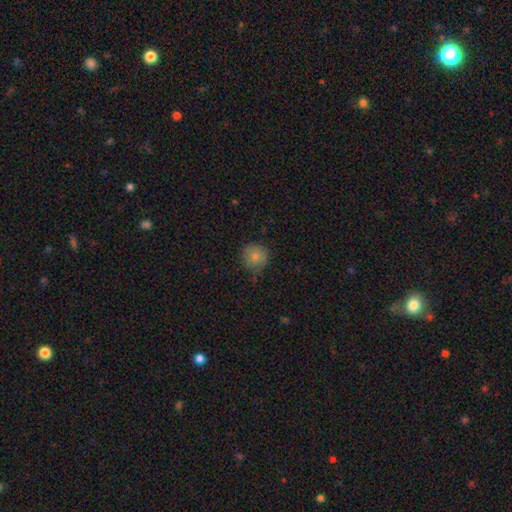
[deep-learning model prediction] A smooth galaxy with no disk features (75%) that is round (91%).

Vote fractions:
- Smooth or featured? smooth: 75% / featured or disk: 13% / star or artifact: 12%
- How rounded? round: 91% / in between: 8% / cigar-shaped: 1%
- Merging? none: 77% / minor disturbance: 18% / major disturbance: 4% / merger: 1%